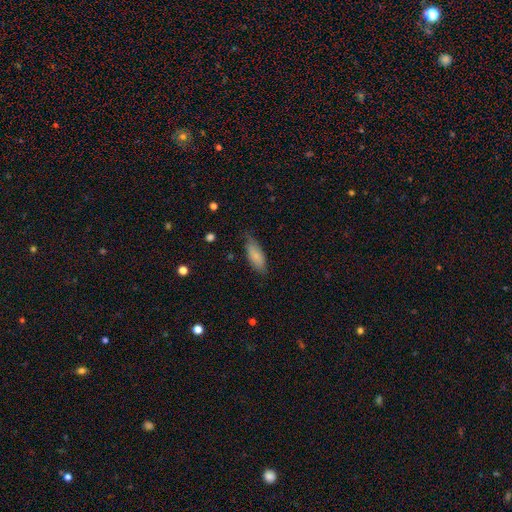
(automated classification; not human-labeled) Q: Smooth or featured?
A: smooth (81%); runner-up: featured or disk (13%)
Q: How rounded?
A: in between (71%); runner-up: cigar-shaped (27%)
Q: Merging?
A: none (68%); runner-up: minor disturbance (25%)